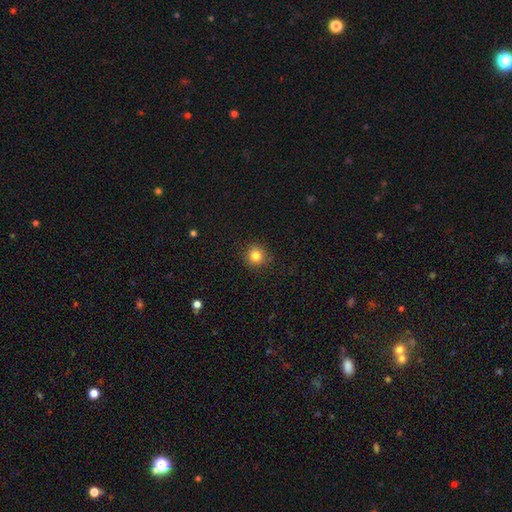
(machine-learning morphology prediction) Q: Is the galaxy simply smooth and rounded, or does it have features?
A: smooth — 83%.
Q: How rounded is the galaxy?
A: round — 91%.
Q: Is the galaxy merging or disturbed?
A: none — 89%.